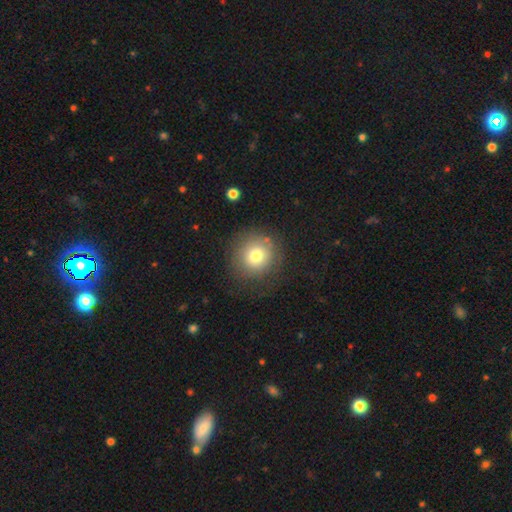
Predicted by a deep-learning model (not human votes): A smooth galaxy with no disk features (75%) that is round (93%). Merging: none (79%).